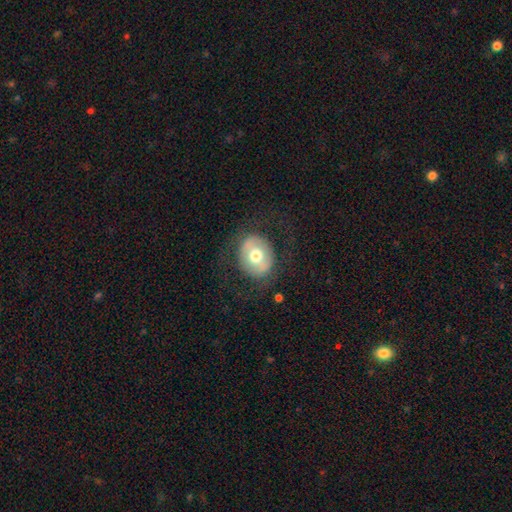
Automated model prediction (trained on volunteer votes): This is possibly a smooth galaxy (55%). How rounded: likely round (61%). Merging: likely none (75%).